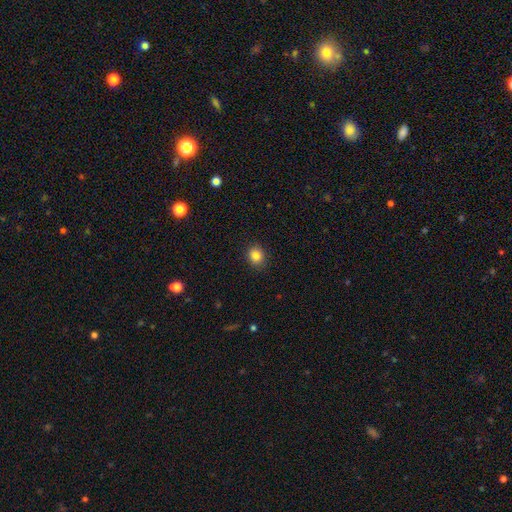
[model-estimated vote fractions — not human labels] A smooth galaxy with no disk features (85%) that is round (71%). Merging: none (88%).